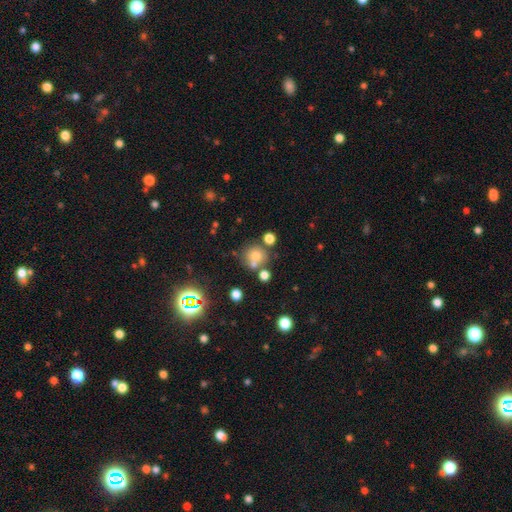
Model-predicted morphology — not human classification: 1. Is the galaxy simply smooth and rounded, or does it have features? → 70% smooth, 18% star or artifact, 12% featured or disk.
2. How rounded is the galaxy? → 86% round, 13% in between, 1% cigar-shaped.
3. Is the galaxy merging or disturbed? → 61% none, 23% merger, 11% minor disturbance, 5% major disturbance.